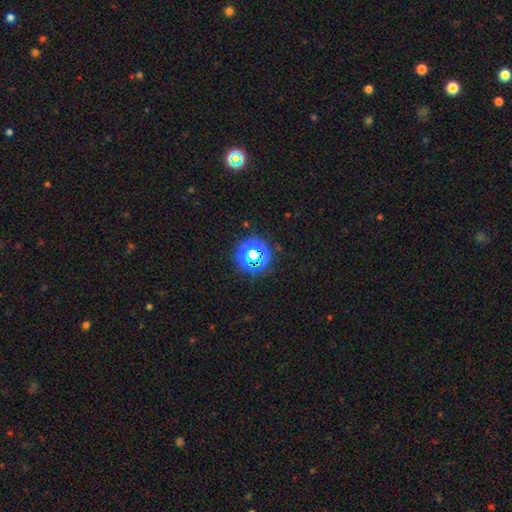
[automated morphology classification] The model was most divided on "smooth or featured": star or artifact: 66%, smooth: 24%, featured or disk: 11%.